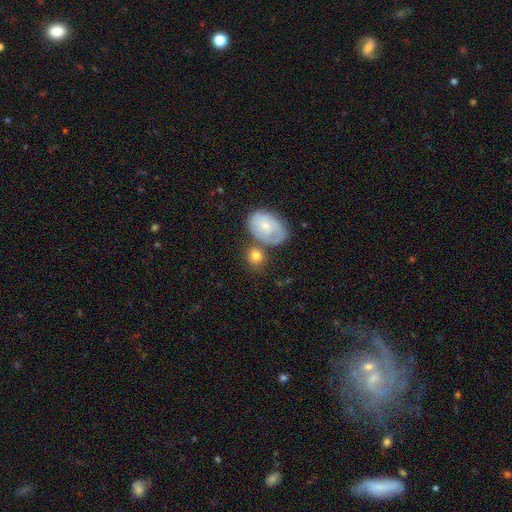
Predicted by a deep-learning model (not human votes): This appears to be a smooth galaxy with no disk features (74%) that is round (69%). Merging: none (59%).